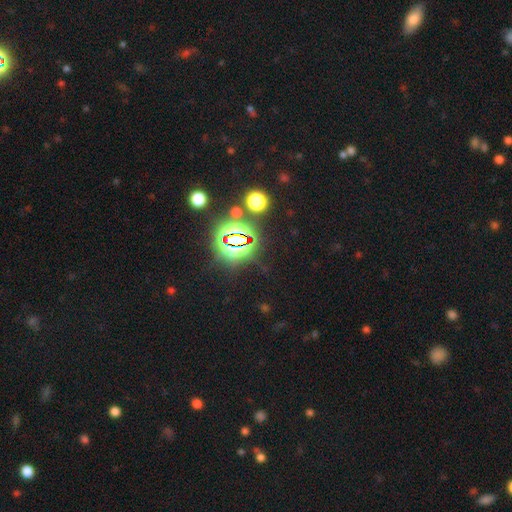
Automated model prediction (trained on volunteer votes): A star or artifact, not a galaxy (81%).